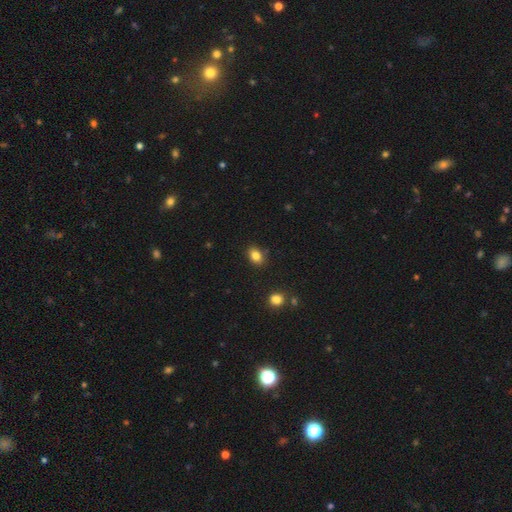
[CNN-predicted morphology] The model was most divided on "how rounded": in between: 71%, round: 28%, cigar-shaped: 1%. More confident: merging — none (84%); smooth or featured — smooth (84%).